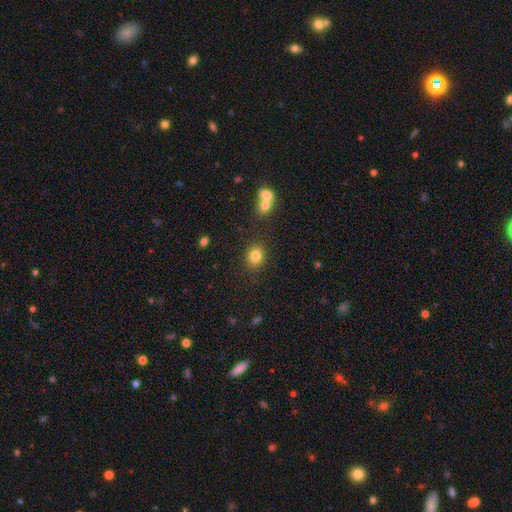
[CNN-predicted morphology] A smooth galaxy with no disk features (82%) that is round (57%).

Vote fractions:
- Smooth or featured? smooth: 82% / star or artifact: 11% / featured or disk: 7%
- How rounded? round: 57% / in between: 43% / cigar-shaped: 1%
- Merging? none: 83% / minor disturbance: 9% / merger: 5% / major disturbance: 3%